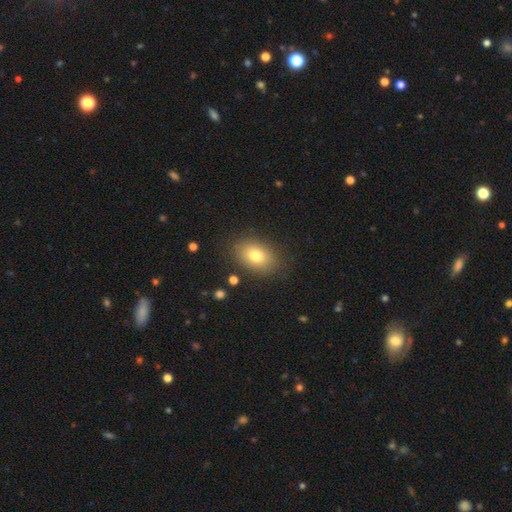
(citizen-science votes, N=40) A smooth galaxy with no disk features (85%) that is in between round and cigar-shaped (88%). Merging: none (97%).